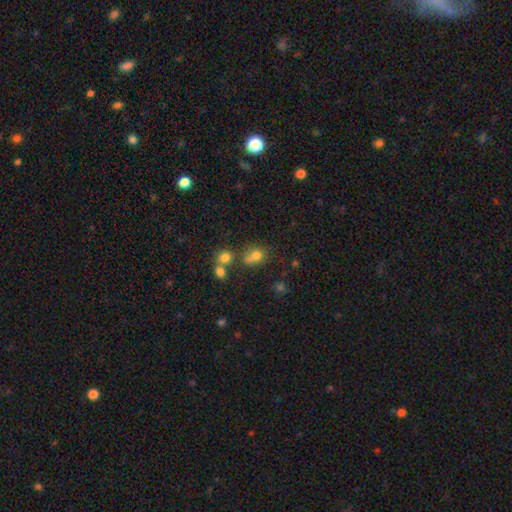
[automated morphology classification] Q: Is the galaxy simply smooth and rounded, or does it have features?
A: smooth — 73%.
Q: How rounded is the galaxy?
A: round — 73%.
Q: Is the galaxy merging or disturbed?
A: none — 47%.